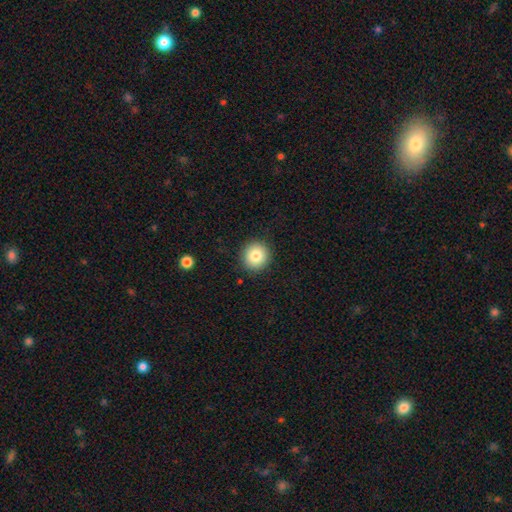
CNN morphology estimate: The model was most divided on "smooth or featured": smooth: 82%, star or artifact: 10%, featured or disk: 8%. More confident: how rounded — round (93%); merging — none (91%).